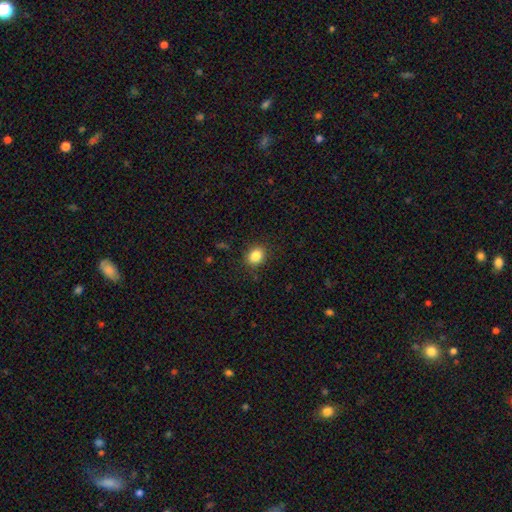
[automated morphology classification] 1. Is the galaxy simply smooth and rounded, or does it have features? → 85% smooth, 10% star or artifact, 4% featured or disk.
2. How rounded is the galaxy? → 59% round, 40% in between, 1% cigar-shaped.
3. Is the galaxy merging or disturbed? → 87% none, 9% minor disturbance, 3% major disturbance, 1% merger.